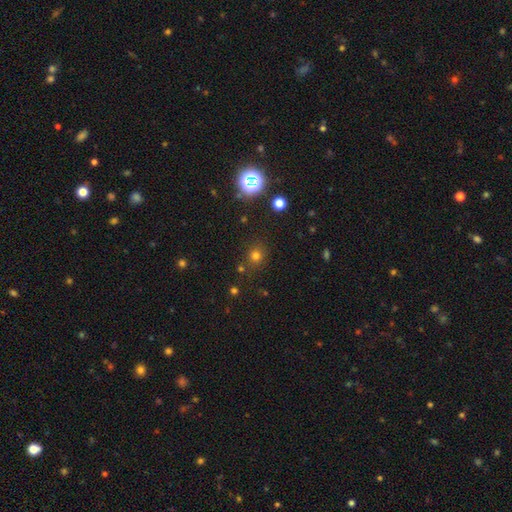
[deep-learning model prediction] A smooth galaxy with no disk features (70%) that is round (85%). Merging: none (82%).